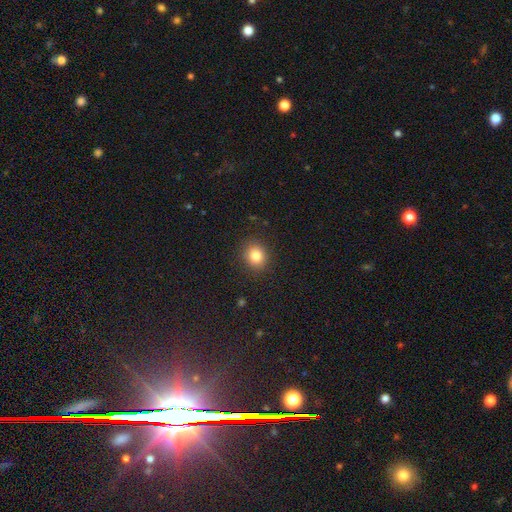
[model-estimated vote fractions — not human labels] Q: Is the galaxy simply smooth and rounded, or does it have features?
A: smooth — 83%.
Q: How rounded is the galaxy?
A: round — 72%.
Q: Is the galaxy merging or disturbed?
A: none — 88%.